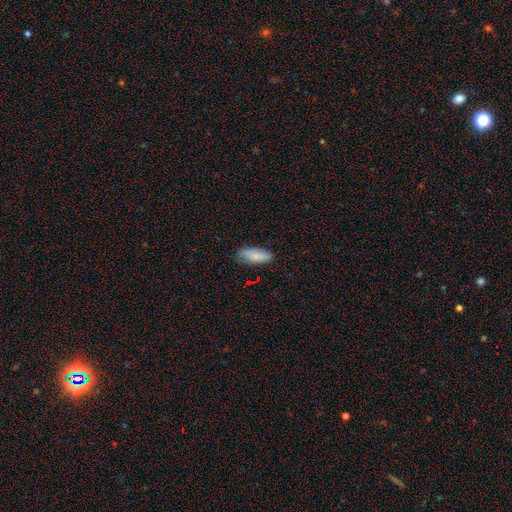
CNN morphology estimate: smooth-or-featured: smooth: 83% | featured or disk: 11% | star or artifact: 6%
  how-rounded: in between: 79% | cigar-shaped: 19% | round: 2%
  merging: none: 73% | minor disturbance: 21% | major disturbance: 4% | merger: 1%